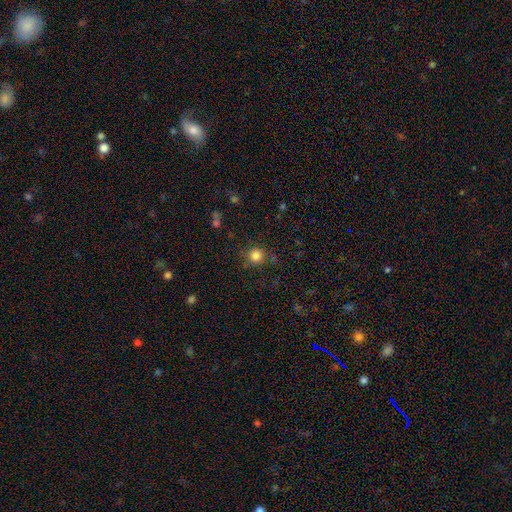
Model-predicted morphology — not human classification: This is clearly a smooth galaxy (83%). How rounded: clearly round (92%). Merging: clearly none (81%).